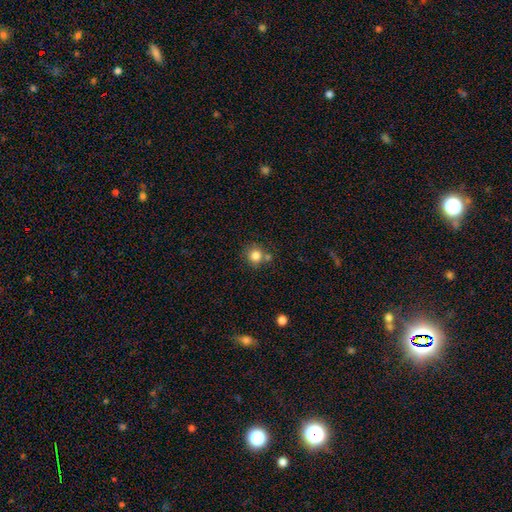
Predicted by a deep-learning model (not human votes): This appears to be a smooth galaxy with no disk features (82%) that is round (91%). Merging: none (66%).